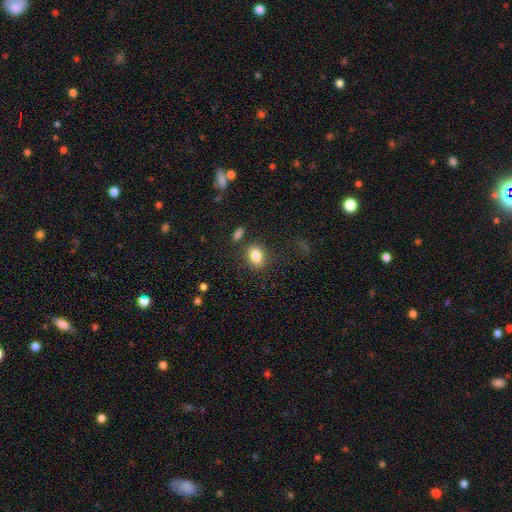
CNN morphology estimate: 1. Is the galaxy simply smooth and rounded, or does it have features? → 83% smooth, 9% star or artifact, 8% featured or disk.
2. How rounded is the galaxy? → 69% in between, 29% round, 2% cigar-shaped.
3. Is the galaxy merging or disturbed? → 79% none, 12% minor disturbance, 5% merger, 4% major disturbance.